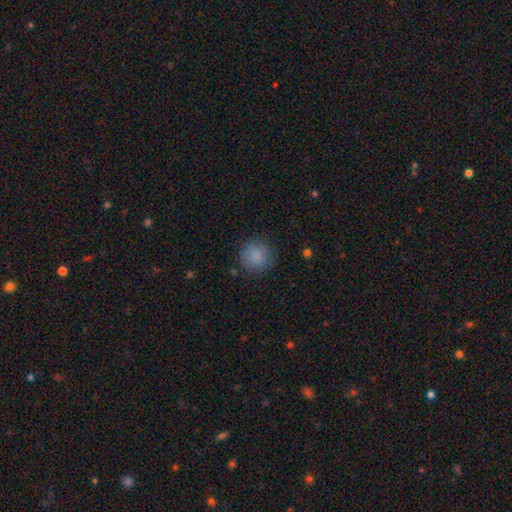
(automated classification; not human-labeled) Smooth or featured: smooth — 86% (star or artifact — 9%)
How rounded: round — 92% (in between — 7%)
Merging: none — 84% (minor disturbance — 11%)